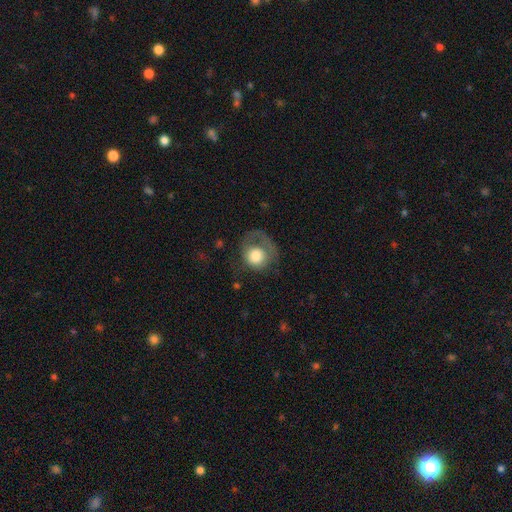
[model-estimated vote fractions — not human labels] Overall: smooth (66%; featured or disk 27%). How rounded: round (75%). Merging: major disturbance (42%; none 34%).